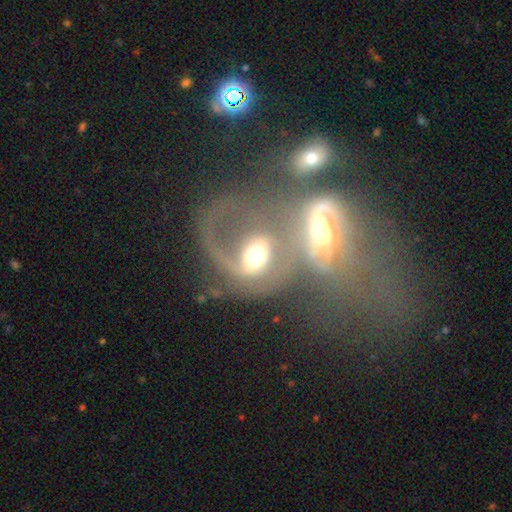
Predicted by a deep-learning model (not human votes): Smooth or featured?
  - featured or disk: 66% *
  - smooth: 25%
  - star or artifact: 9%
Edge-on disk?
  - no: 95% *
  - yes: 5%
Bar?
  - no: 47% *
  - weak: 32%
  - strong: 21%
Spiral arms?
  - yes: 73% *
  - no: 27%
Bulge size?
  - moderate: 56% *
  - large: 28%
  - small: 8%
  - dominant: 6%
  - none: 2%
Merging?
  - merger: 67% *
  - major disturbance: 14%
  - none: 13%
  - minor disturbance: 6%